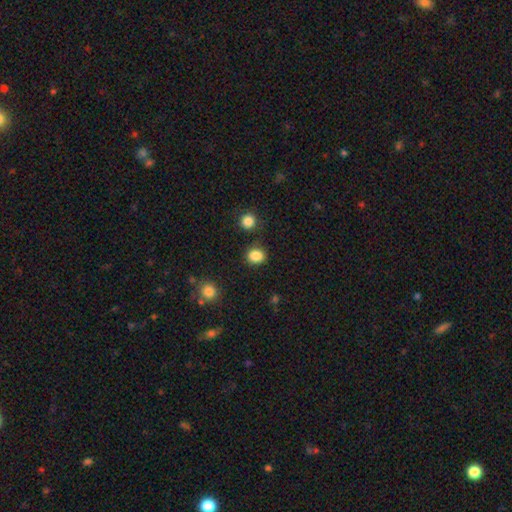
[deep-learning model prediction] Smooth or featured?
  - smooth: 86% *
  - star or artifact: 11%
  - featured or disk: 3%
How rounded?
  - round: 68% *
  - in between: 31%
  - cigar-shaped: 1%
Merging?
  - none: 84% *
  - minor disturbance: 9%
  - merger: 3%
  - major disturbance: 3%